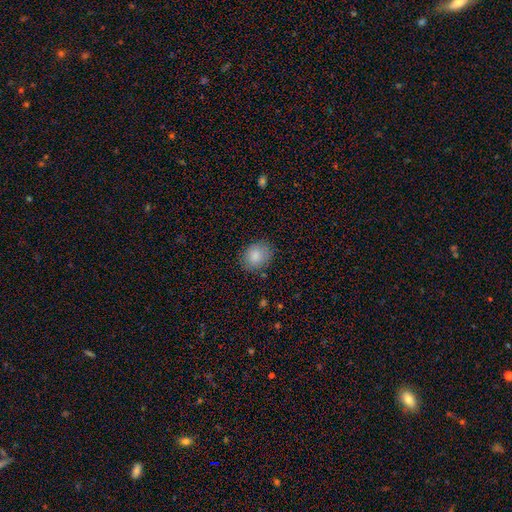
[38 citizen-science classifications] This is clearly a smooth galaxy (89%). How rounded: likely round (65%). Merging: possibly none (58%).